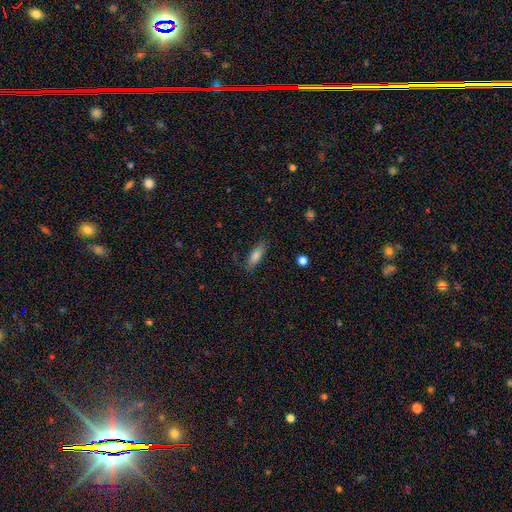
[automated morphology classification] Overall: smooth (79%). How rounded: in between (61%; cigar-shaped 37%). Merging: none (81%).